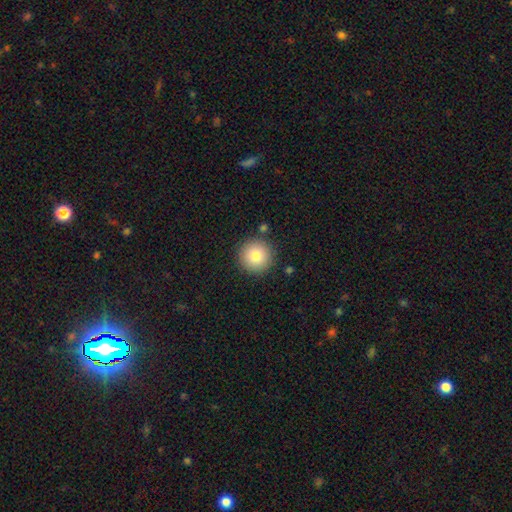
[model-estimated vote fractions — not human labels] A smooth galaxy with no disk features (81%) that is round (96%).

Vote fractions:
- Smooth or featured? smooth: 81% / star or artifact: 9% / featured or disk: 9%
- How rounded? round: 96% / in between: 3% / cigar-shaped: 1%
- Merging? none: 88% / minor disturbance: 7% / merger: 3% / major disturbance: 2%